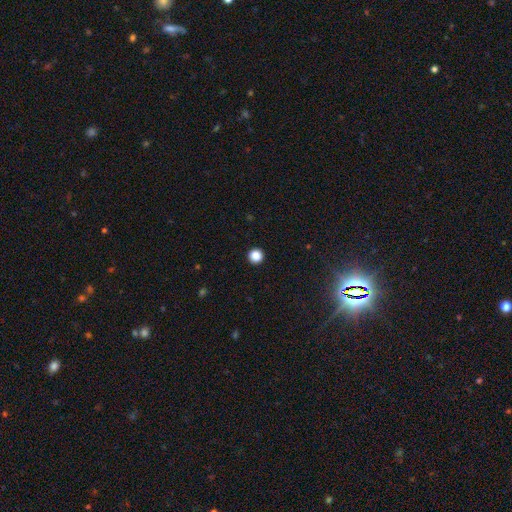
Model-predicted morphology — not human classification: A smooth galaxy with no disk features (87%) that is round (96%). Merging: none (94%).